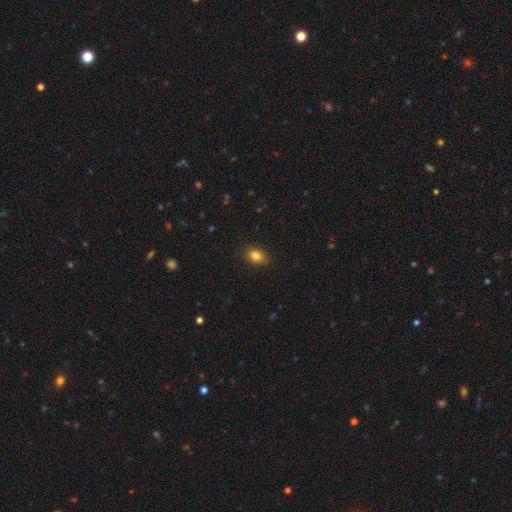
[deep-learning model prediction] Morphology: type=smooth (83%); roundness=in between (68%); merging=none (86%).